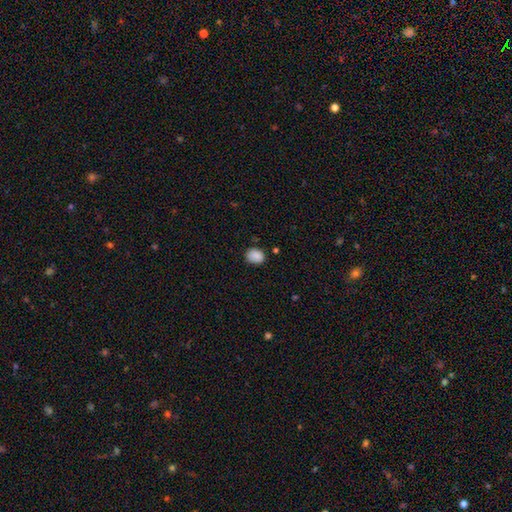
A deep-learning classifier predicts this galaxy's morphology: smooth-or-featured: smooth: 88% | star or artifact: 9% | featured or disk: 4%
  how-rounded: in between: 56% | round: 43% | cigar-shaped: 1%
  merging: none: 79% | minor disturbance: 16% | major disturbance: 3% | merger: 2%